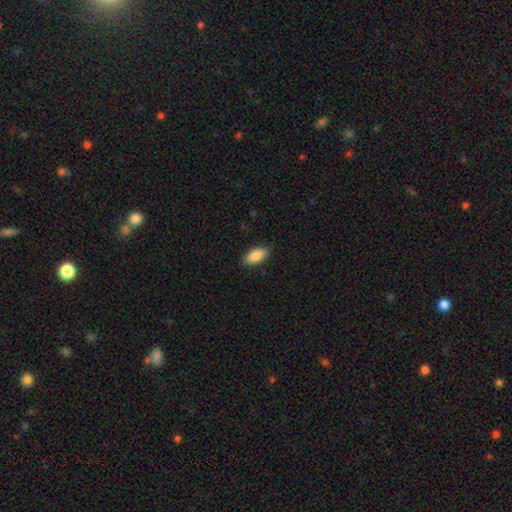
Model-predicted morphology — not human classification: This is clearly a smooth galaxy (86%). How rounded: clearly in between (87%). Merging: clearly none (87%).